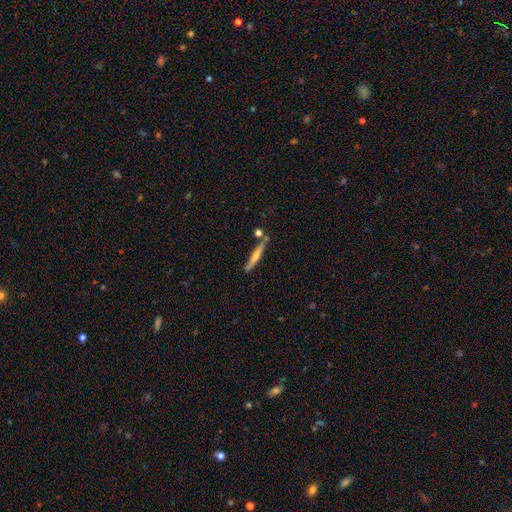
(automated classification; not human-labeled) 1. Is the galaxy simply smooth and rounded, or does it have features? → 64% featured or disk, 29% smooth, 7% star or artifact.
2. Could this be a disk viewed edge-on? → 97% yes, 3% no.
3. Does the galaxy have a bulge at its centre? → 79% rounded, 16% none, 6% boxy.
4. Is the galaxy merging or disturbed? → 81% none, 10% minor disturbance, 7% merger, 2% major disturbance.